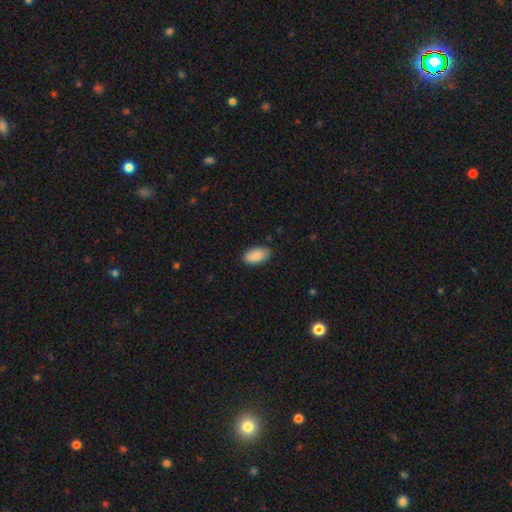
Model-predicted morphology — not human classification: This appears to be a smooth galaxy with no disk features (89%) that is in between round and cigar-shaped (94%). Merging: none (84%).